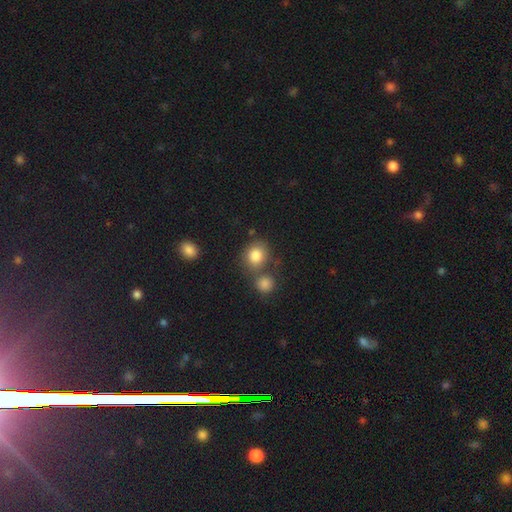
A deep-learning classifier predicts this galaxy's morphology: smooth_or_featured: smooth (p=0.83) [alt: star or artifact p=0.10]
how_rounded: round (p=0.72) [alt: in between p=0.27]
merging: none (p=0.59) [alt: merger p=0.25]